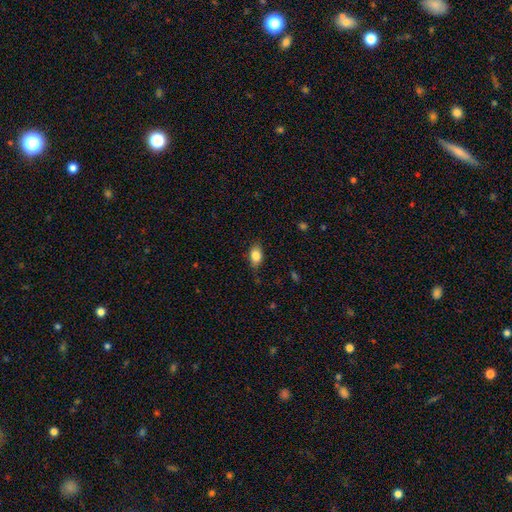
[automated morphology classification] type=smooth (82%); roundness=in between (82%); merging=none (74%).